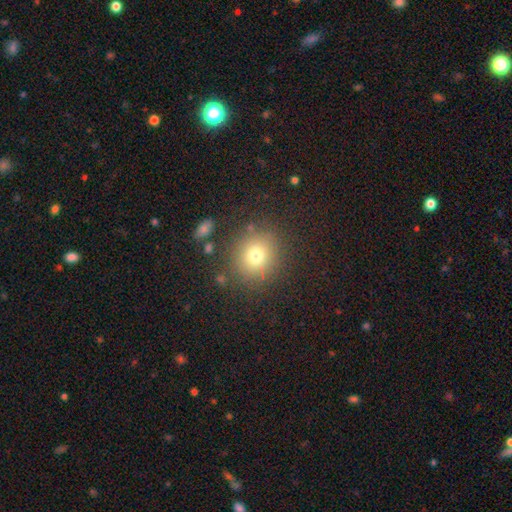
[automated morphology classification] A smooth galaxy with no disk features (73%) that is round (86%).

Vote fractions:
- Smooth or featured? smooth: 73% / star or artifact: 16% / featured or disk: 11%
- How rounded? round: 86% / in between: 13% / cigar-shaped: 1%
- Merging? none: 85% / minor disturbance: 9% / major disturbance: 4% / merger: 3%